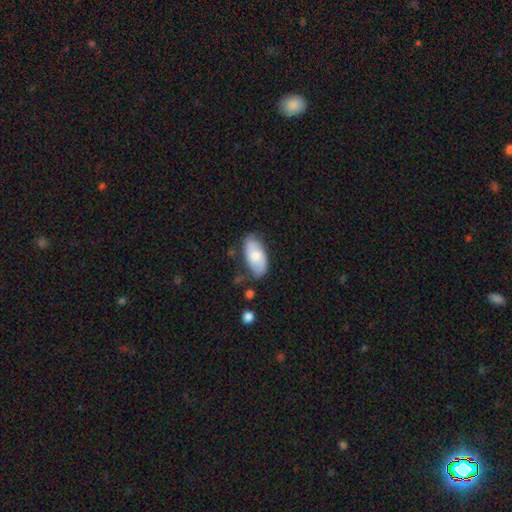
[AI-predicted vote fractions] Smooth or featured?
  - smooth: 58% *
  - featured or disk: 36%
  - star or artifact: 6%
How rounded?
  - in between: 93% *
  - cigar-shaped: 4%
  - round: 3%
Merging?
  - none: 68% *
  - minor disturbance: 22%
  - major disturbance: 6%
  - merger: 4%